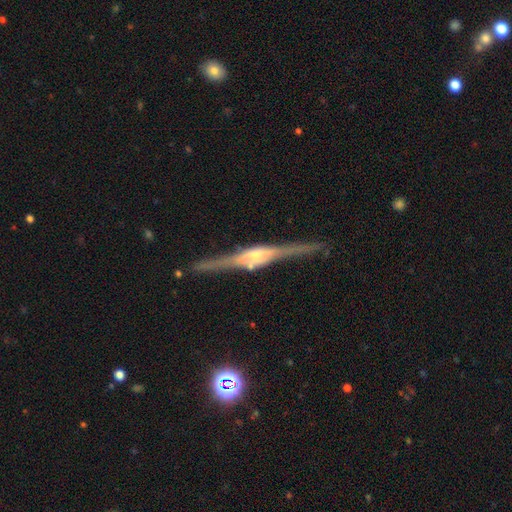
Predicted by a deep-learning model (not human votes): Smooth or featured: featured or disk — 87% (smooth — 7%)
Edge-on disk: yes — 98% (no — 2%)
Edge-on bulge: rounded — 77% (boxy — 20%)
Merging: none — 84% (minor disturbance — 11%)